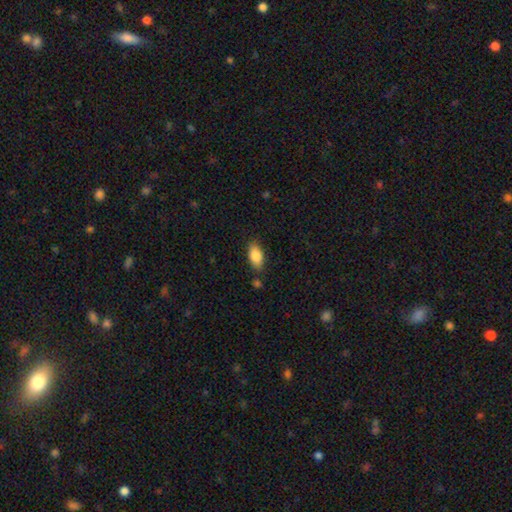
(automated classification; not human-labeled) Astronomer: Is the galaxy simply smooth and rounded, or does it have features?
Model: smooth — 85%.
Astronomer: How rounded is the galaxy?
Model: in between — 91%.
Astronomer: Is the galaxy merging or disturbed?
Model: none — 80%.